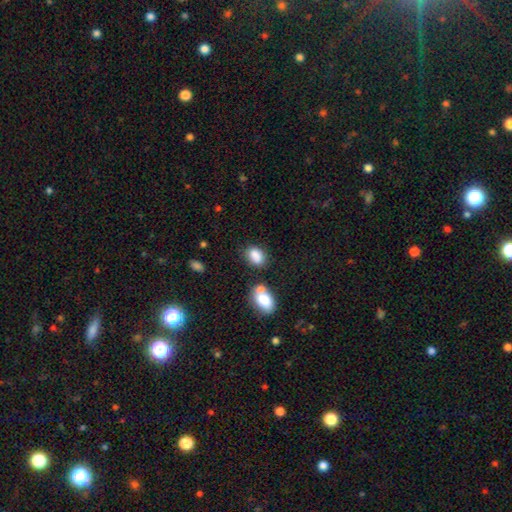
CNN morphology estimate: The model was most divided on "merging": none: 62%, merger: 16%, minor disturbance: 16%, major disturbance: 5%. More confident: smooth or featured — smooth (84%); how rounded — in between (78%).